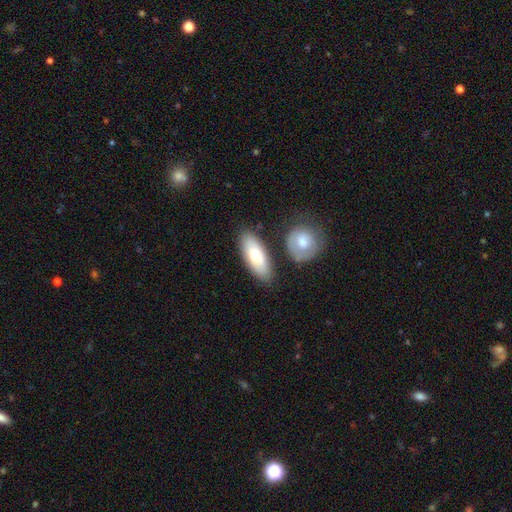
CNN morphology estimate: Overall: smooth (75%). How rounded: in between (77%). Merging: none (79%).